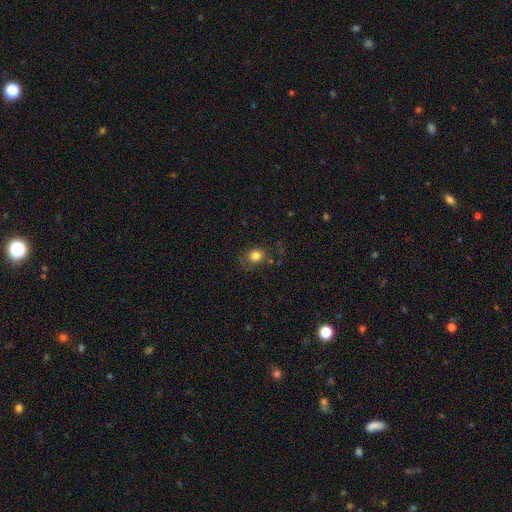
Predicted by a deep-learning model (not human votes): smooth 80%, star or artifact 12%, featured or disk 8%. Down the decision tree: how rounded — round (72%); merging — none (68%).